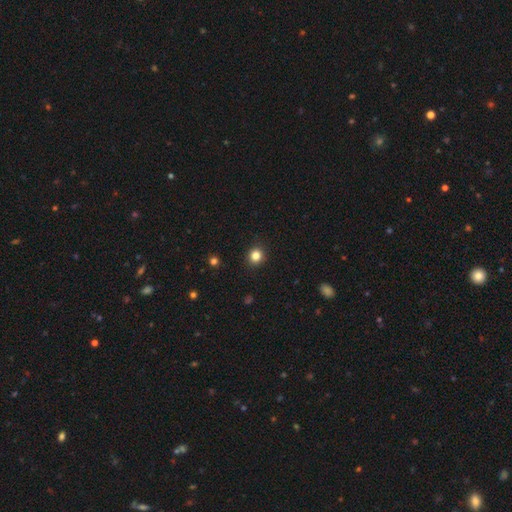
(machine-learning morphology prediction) The model was most divided on "smooth or featured": smooth: 83%, star or artifact: 12%, featured or disk: 5%. More confident: merging — none (91%); how rounded — round (88%).